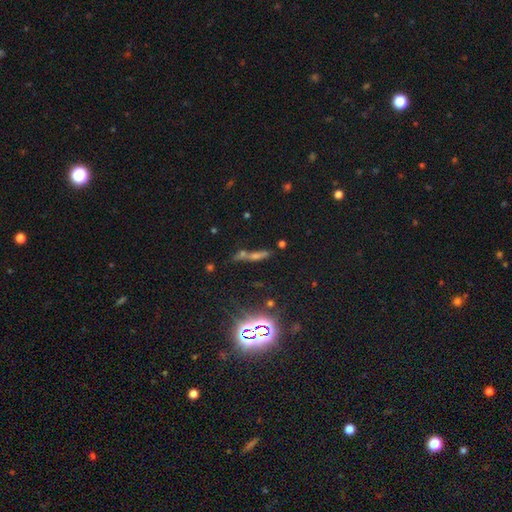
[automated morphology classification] smooth_or_featured: star or artifact (p=0.41) [alt: smooth p=0.34]